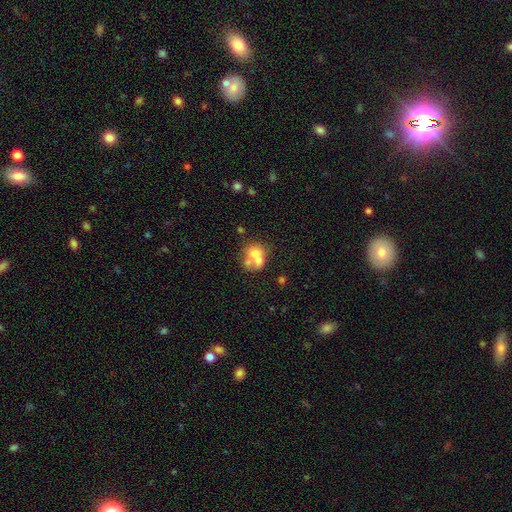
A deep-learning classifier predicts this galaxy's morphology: A smooth galaxy with no disk features (60%) that is round (58%). Merging: merger (58%).